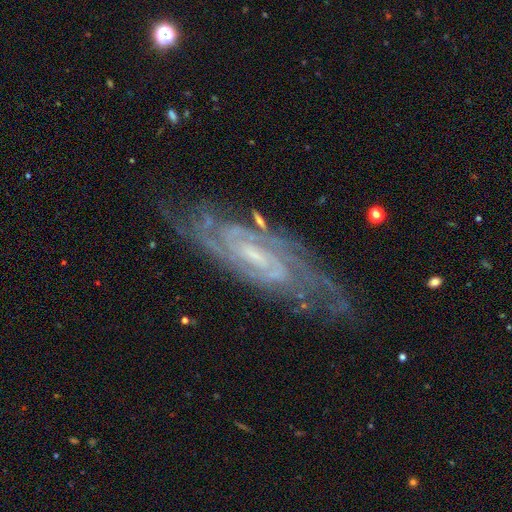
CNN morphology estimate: featured or disk 88%, star or artifact 7%, smooth 6%. Down the decision tree: edge-on disk — no (87%); bar — weak (50%); spiral arms — yes (97%); spiral arm count — 2 (33%); spiral winding — tight (62%); bulge size — small (57%); merging — none (75%).